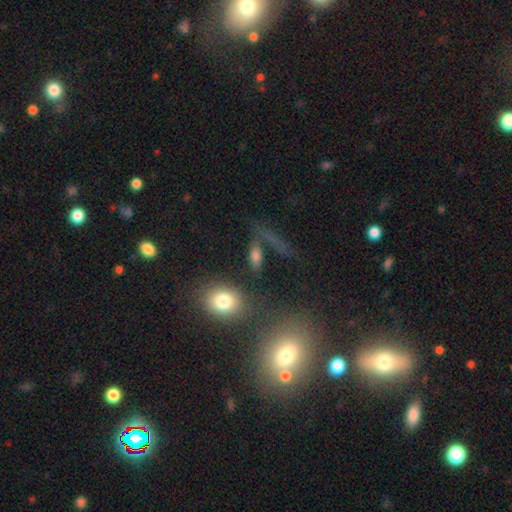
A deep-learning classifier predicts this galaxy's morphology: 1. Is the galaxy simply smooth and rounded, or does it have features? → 63% smooth, 21% featured or disk, 16% star or artifact.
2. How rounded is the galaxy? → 57% in between, 27% cigar-shaped, 16% round.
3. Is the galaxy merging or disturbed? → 52% none, 17% major disturbance, 16% merger, 15% minor disturbance.